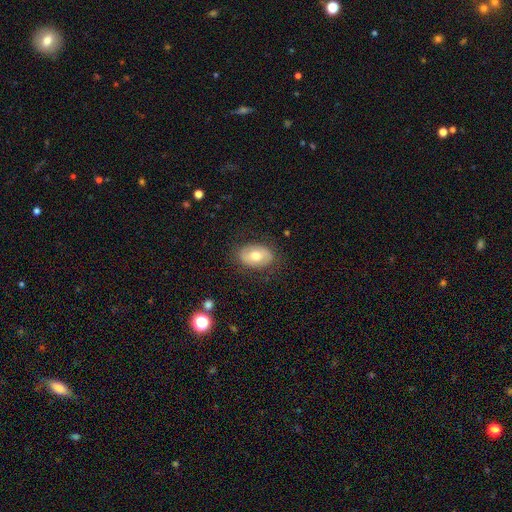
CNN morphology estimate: smooth 62%, featured or disk 30%, star or artifact 8%. Down the decision tree: how rounded — in between (83%); merging — none (81%).